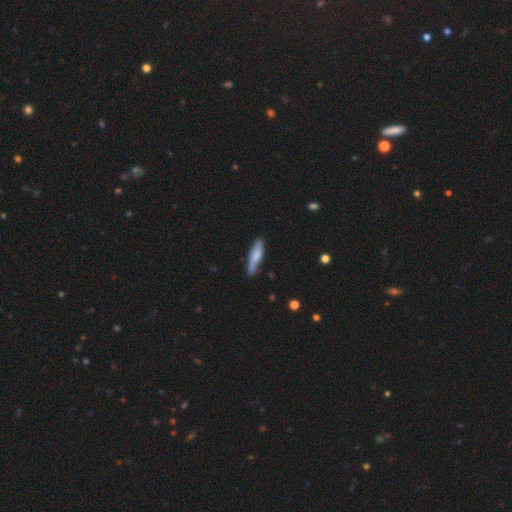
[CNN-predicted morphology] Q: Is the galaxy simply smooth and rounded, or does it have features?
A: smooth — 72%.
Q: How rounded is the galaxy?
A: cigar-shaped — 73%.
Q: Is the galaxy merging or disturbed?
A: none — 72%.